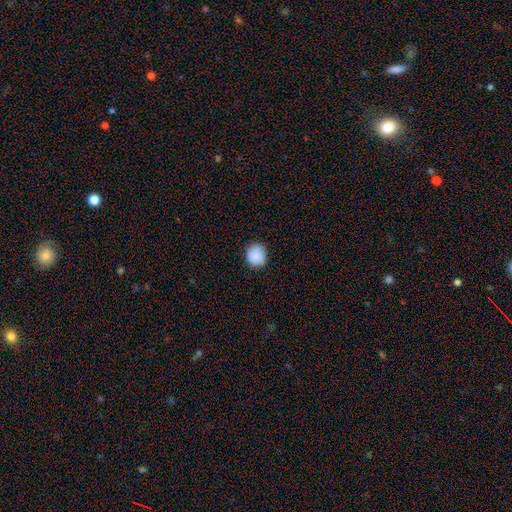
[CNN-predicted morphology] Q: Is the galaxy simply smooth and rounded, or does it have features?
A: smooth — 88%.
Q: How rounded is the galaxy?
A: round — 80%.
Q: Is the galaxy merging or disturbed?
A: none — 81%.